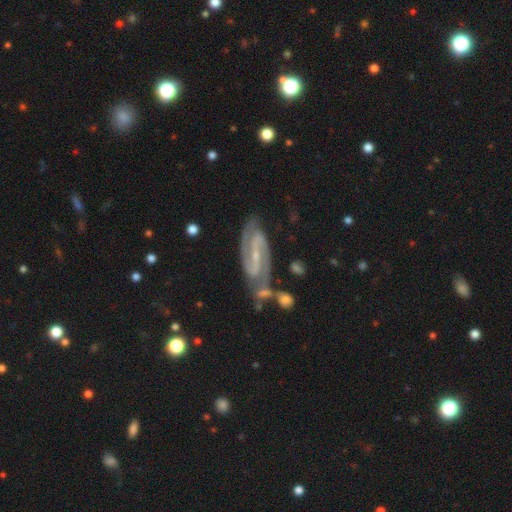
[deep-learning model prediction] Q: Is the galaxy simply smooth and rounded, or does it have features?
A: featured or disk — 91%.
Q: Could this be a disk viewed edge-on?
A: no — 96%.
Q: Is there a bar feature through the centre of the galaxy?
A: strong — 47%.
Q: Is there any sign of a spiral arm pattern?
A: yes — 98%.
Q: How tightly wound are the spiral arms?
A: medium — 50%.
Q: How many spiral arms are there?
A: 2 — 92%.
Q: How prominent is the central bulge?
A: small — 77%.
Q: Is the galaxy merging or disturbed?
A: none — 67%.